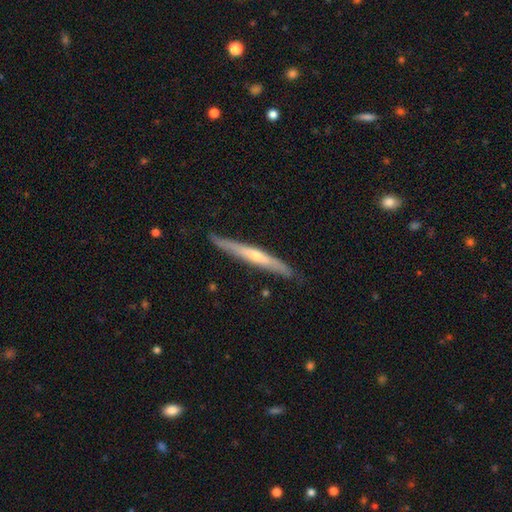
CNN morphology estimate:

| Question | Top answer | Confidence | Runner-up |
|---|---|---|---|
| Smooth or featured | featured or disk | 63% | smooth (32%) |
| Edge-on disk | yes | 94% | no (6%) |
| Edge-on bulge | rounded | 58% | none (37%) |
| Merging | none | 82% | minor disturbance (14%) |